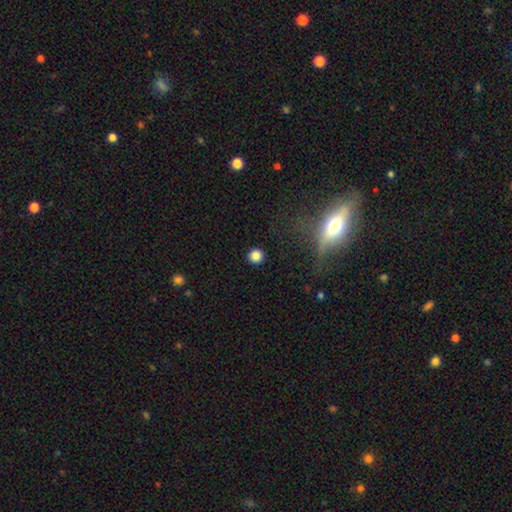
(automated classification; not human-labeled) A smooth galaxy with no disk features (84%) that is round (94%).

Vote fractions:
- Smooth or featured? smooth: 84% / star or artifact: 12% / featured or disk: 4%
- How rounded? round: 94% / in between: 5% / cigar-shaped: 1%
- Merging? none: 92% / minor disturbance: 5% / major disturbance: 2% / merger: 1%